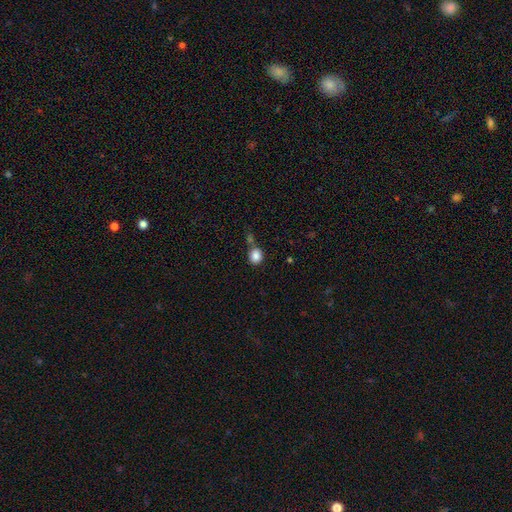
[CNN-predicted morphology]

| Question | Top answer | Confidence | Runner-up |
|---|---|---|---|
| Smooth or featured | smooth | 86% | star or artifact (10%) |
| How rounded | round | 71% | in between (28%) |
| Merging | none | 64% | merger (17%) |